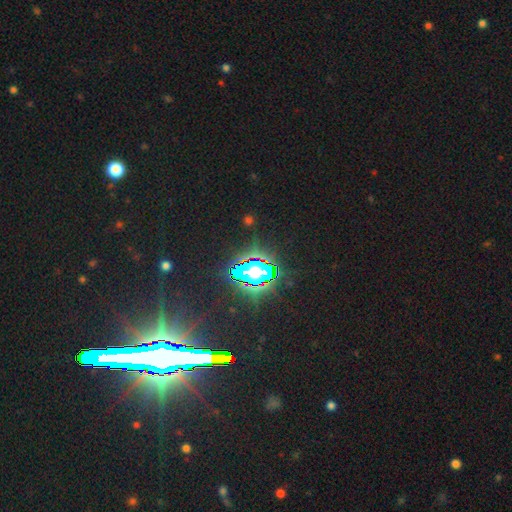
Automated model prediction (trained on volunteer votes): smooth-or-featured: star or artifact: 83% | smooth: 8% | featured or disk: 8%